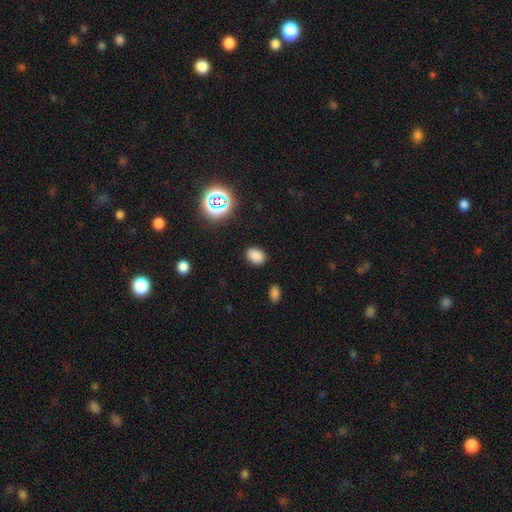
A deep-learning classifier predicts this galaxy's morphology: Q: Smooth or featured?
A: smooth (81%); runner-up: star or artifact (15%)
Q: How rounded?
A: in between (77%); runner-up: round (22%)
Q: Merging?
A: none (86%); runner-up: minor disturbance (9%)